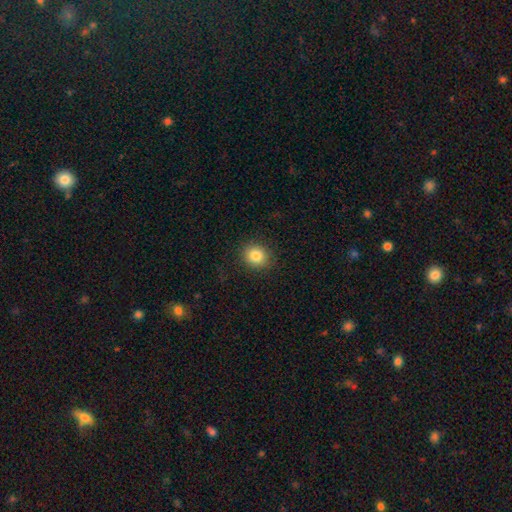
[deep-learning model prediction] A smooth galaxy with no disk features (84%) that is round (79%). Merging: none (89%).